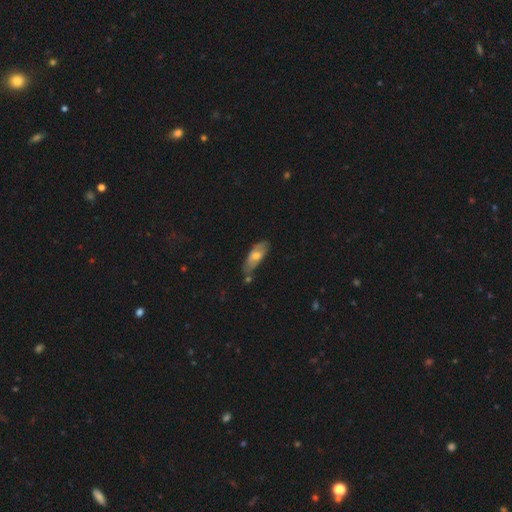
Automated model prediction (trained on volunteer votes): Morphology: type=smooth (55%); roundness=in between (75%); merging=none (55%).